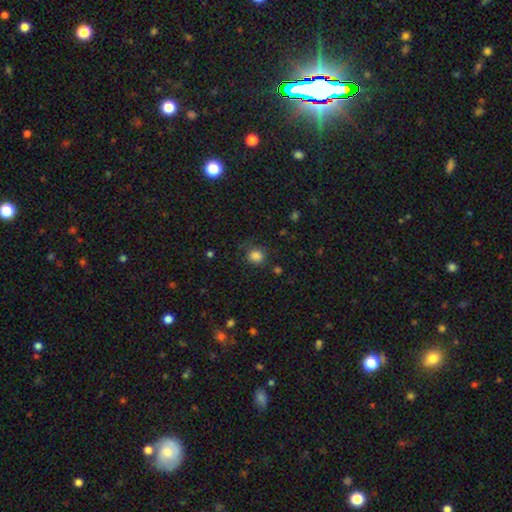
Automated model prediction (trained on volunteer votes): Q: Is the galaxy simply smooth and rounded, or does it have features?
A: smooth — 84%.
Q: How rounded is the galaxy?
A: round — 80%.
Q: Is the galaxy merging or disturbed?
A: none — 79%.